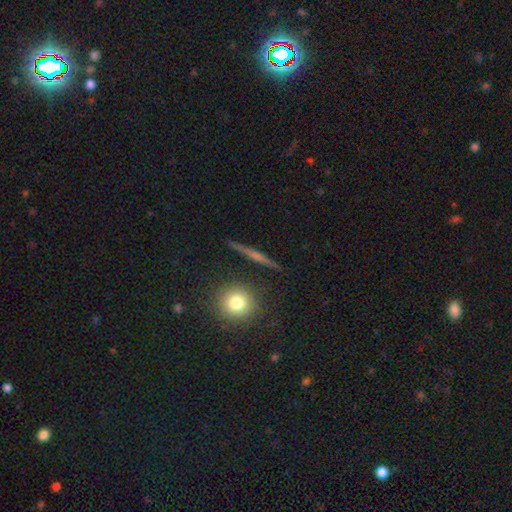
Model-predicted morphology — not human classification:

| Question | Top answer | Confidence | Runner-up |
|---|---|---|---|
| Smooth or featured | featured or disk | 57% | smooth (32%) |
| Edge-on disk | yes | 95% | no (5%) |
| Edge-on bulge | none | 55% | rounded (35%) |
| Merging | none | 91% | minor disturbance (6%) |